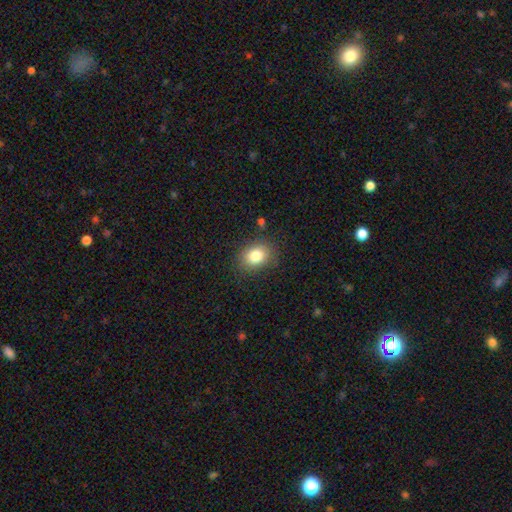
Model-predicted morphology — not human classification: This is clearly a smooth galaxy (81%). How rounded: possibly in between (56%). Merging: clearly none (82%).